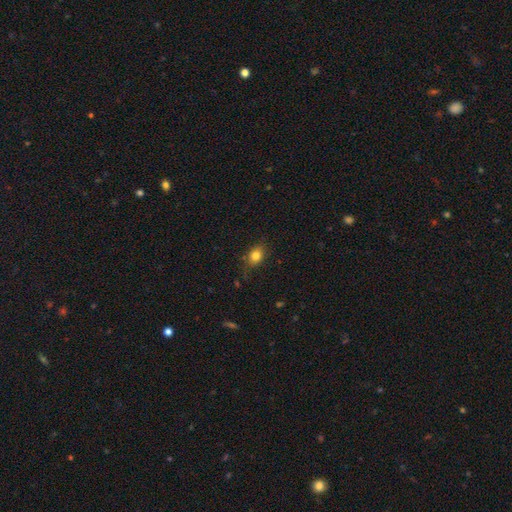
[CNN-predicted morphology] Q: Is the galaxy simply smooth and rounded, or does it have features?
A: smooth — 82%.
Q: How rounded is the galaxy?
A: in between — 57%.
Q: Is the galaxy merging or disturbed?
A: none — 77%.